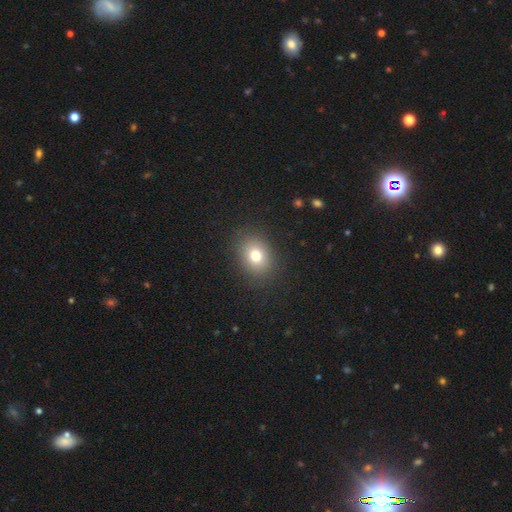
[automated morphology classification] type=smooth (77%); roundness=in between (51%); merging=none (87%).